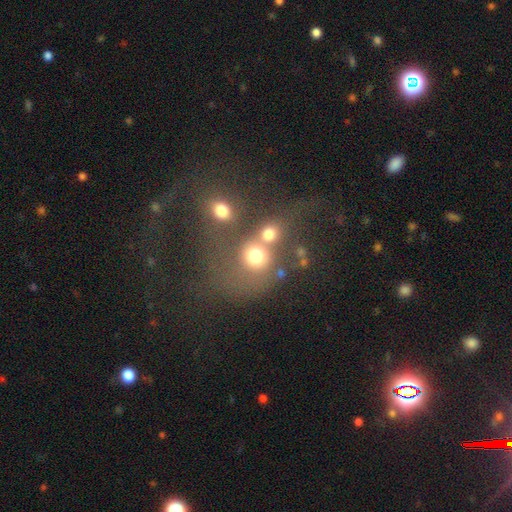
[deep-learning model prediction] The model was most divided on "merging": merger: 52%, none: 31%, major disturbance: 9%, minor disturbance: 8%. More confident: how rounded — round (77%); smooth or featured — smooth (70%).